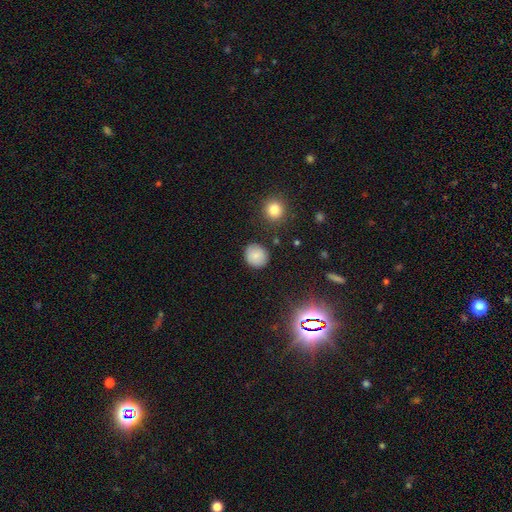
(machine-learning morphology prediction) Smooth or featured?
  - smooth: 79% *
  - star or artifact: 11%
  - featured or disk: 9%
How rounded?
  - round: 83% *
  - in between: 16%
  - cigar-shaped: 1%
Merging?
  - none: 85% *
  - minor disturbance: 10%
  - major disturbance: 3%
  - merger: 2%